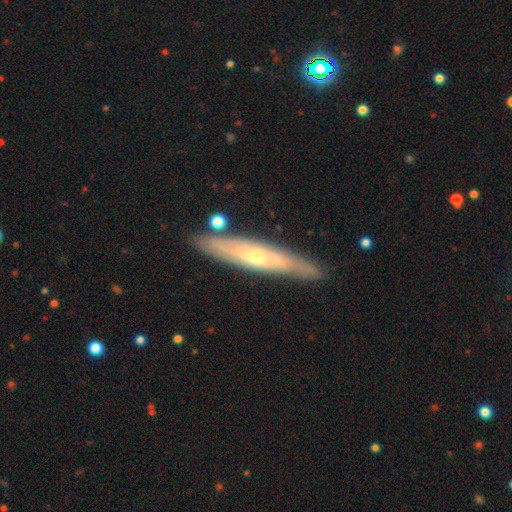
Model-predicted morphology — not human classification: smooth-or-featured: featured or disk: 68% | smooth: 26% | star or artifact: 6%
  disk-edge-on: yes: 74% | no: 26%
    edge-on-bulge: rounded: 69% | none: 27% | boxy: 4%
  merging: none: 83% | minor disturbance: 12% | merger: 3% | major disturbance: 2%